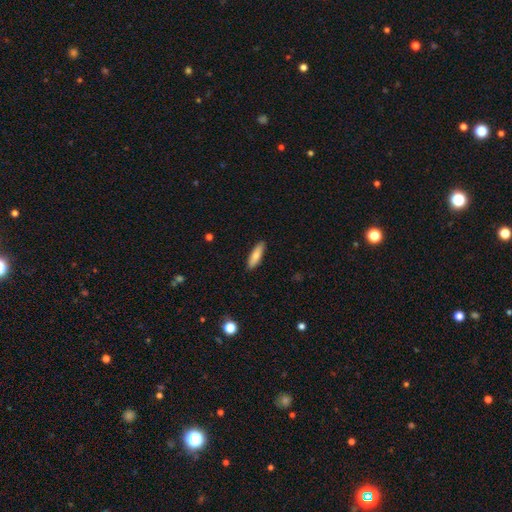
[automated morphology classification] Smooth or featured? Predicted: smooth (p=0.81). How rounded? Predicted: cigar-shaped (p=0.61). Merging? Predicted: none (p=0.88).